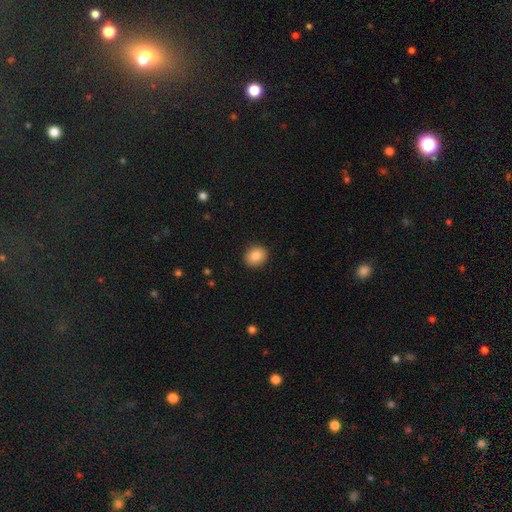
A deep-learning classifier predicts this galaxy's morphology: smooth 87%, star or artifact 9%, featured or disk 5%. Down the decision tree: how rounded — round (68%); merging — none (91%).